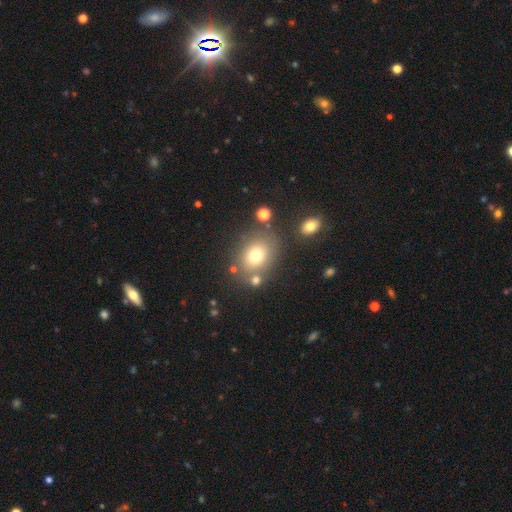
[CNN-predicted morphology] Smooth or featured?
  - smooth: 73% *
  - star or artifact: 14%
  - featured or disk: 14%
How rounded?
  - round: 52% *
  - in between: 47%
  - cigar-shaped: 1%
Merging?
  - none: 72% *
  - minor disturbance: 13%
  - merger: 10%
  - major disturbance: 6%